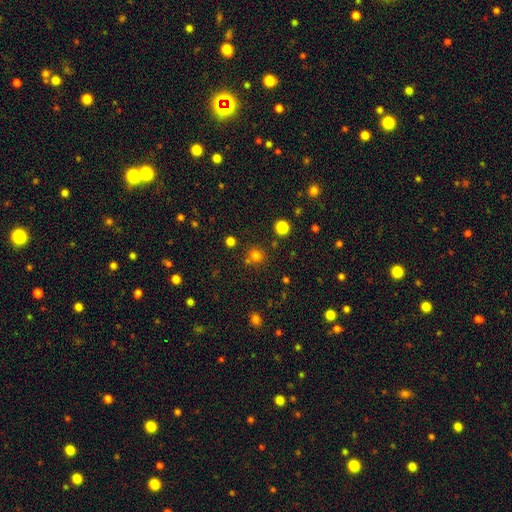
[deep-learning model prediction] This appears to be a smooth galaxy with no disk features (75%) that is round (89%). Merging: none (76%).